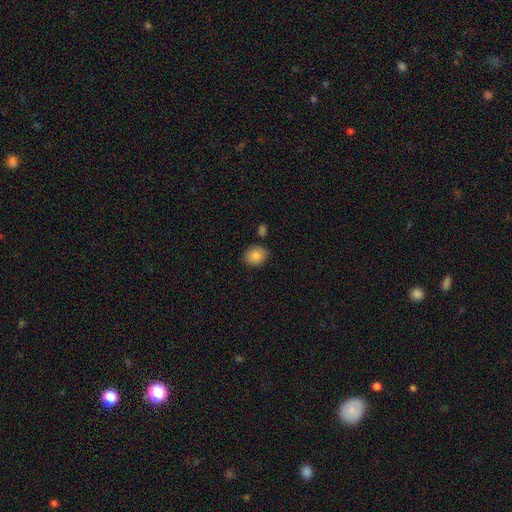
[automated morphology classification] Smooth or featured?
  - smooth: 87% *
  - star or artifact: 8%
  - featured or disk: 5%
How rounded?
  - round: 58% *
  - in between: 41%
  - cigar-shaped: 1%
Merging?
  - none: 81% *
  - minor disturbance: 12%
  - merger: 4%
  - major disturbance: 3%